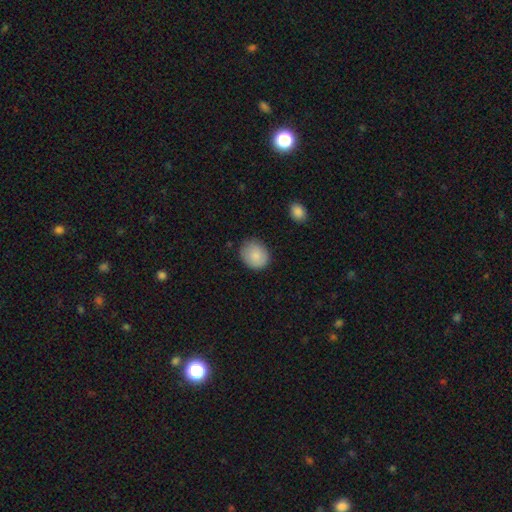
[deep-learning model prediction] The model was most divided on "how rounded": round: 67%, in between: 32%, cigar-shaped: 1%. More confident: smooth or featured — smooth (86%); merging — none (81%).